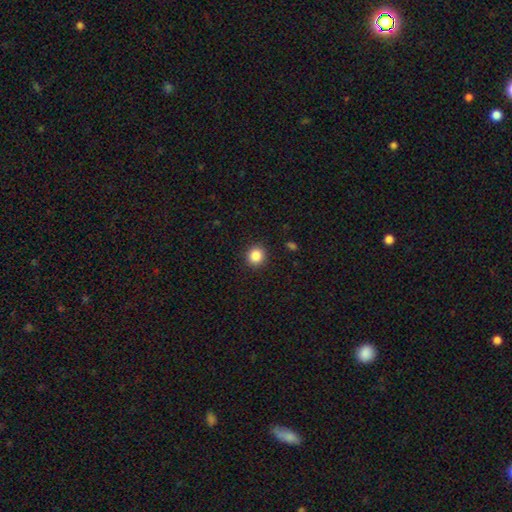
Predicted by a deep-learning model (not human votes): smooth-or-featured: smooth: 87% | star or artifact: 10% | featured or disk: 4%
  how-rounded: round: 86% | in between: 13% | cigar-shaped: 1%
  merging: none: 91% | minor disturbance: 6% | major disturbance: 2% | merger: 1%